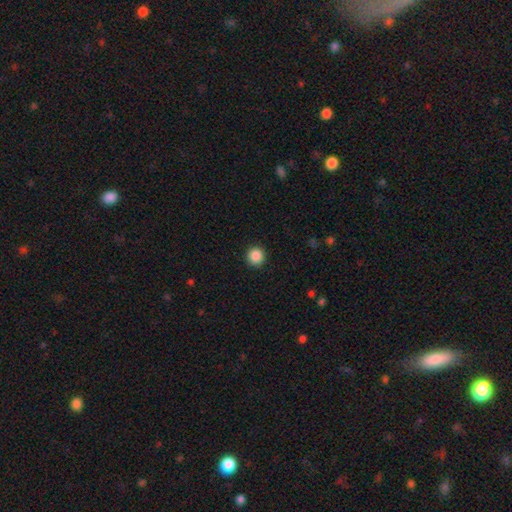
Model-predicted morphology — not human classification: This is clearly a smooth galaxy (88%). How rounded: clearly round (94%). Merging: clearly none (92%).